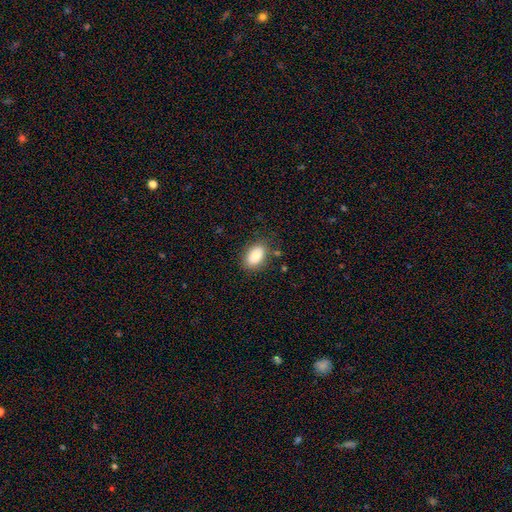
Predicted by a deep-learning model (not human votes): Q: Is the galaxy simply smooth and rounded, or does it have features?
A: smooth — 83%.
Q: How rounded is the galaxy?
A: in between — 88%.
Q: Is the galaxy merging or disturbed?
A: none — 81%.